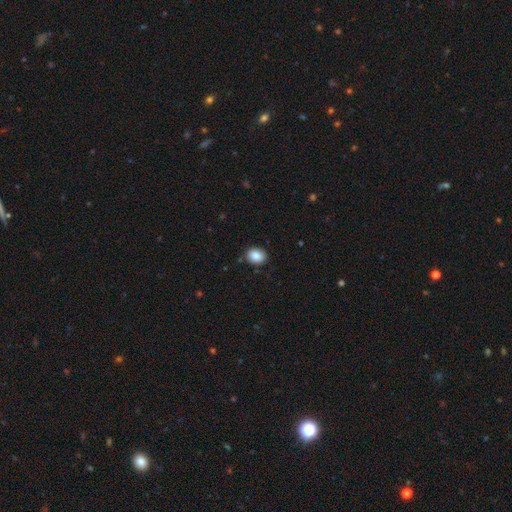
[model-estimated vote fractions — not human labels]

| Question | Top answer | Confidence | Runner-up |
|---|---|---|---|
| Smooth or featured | smooth | 86% | star or artifact (9%) |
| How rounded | in between | 55% | round (44%) |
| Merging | none | 88% | minor disturbance (9%) |